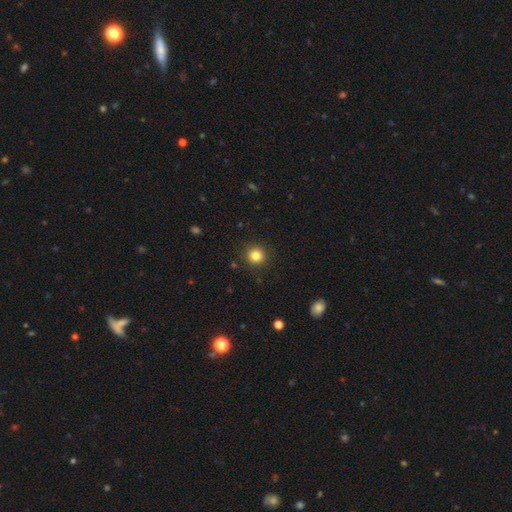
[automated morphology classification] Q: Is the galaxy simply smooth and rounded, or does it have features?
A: smooth — 83%.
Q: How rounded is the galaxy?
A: round — 93%.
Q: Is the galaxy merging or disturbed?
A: none — 91%.